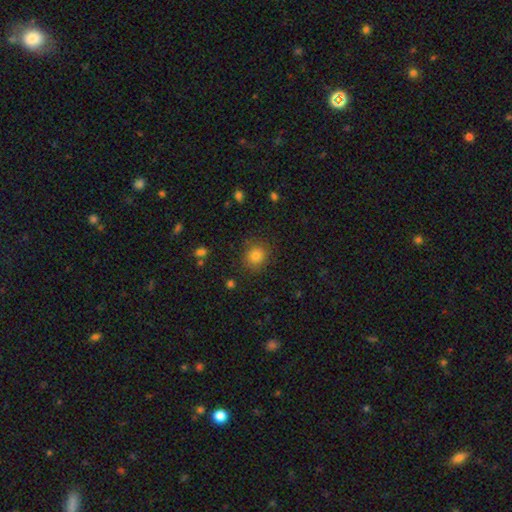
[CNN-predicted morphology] Smooth or featured: smooth — 83% (star or artifact — 11%)
How rounded: round — 83% (in between — 16%)
Merging: none — 86% (minor disturbance — 9%)